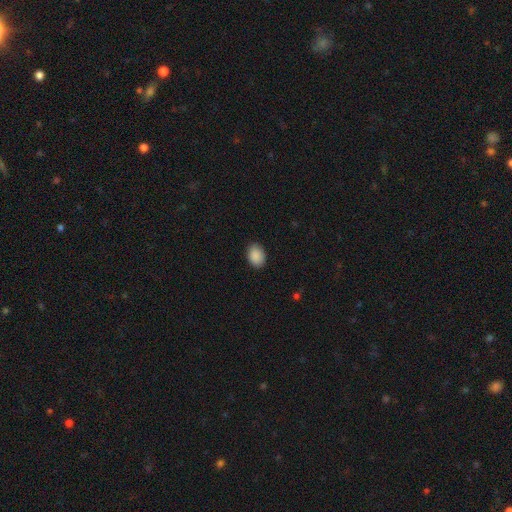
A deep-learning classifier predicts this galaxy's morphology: Smooth or featured: smooth — 90% (star or artifact — 7%)
How rounded: in between — 76% (round — 23%)
Merging: none — 86% (minor disturbance — 11%)